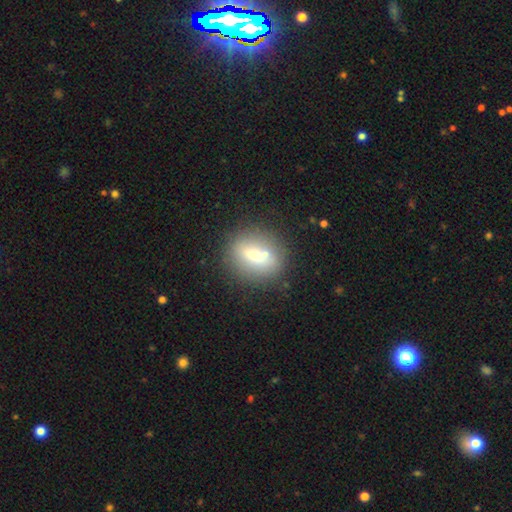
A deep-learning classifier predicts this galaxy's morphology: A smooth galaxy with no disk features (61%) that is in between round and cigar-shaped (46%). Merging: none (70%).